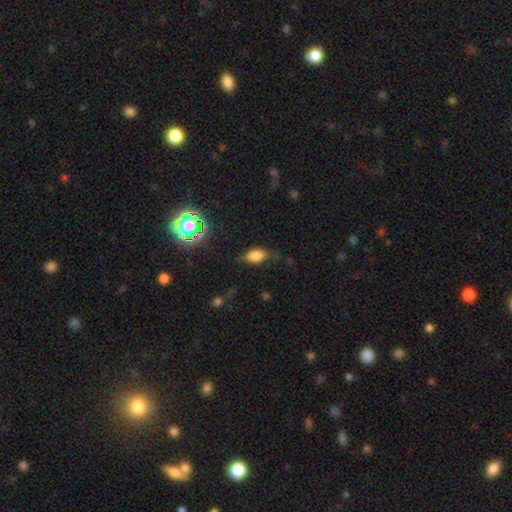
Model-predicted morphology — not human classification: Smooth or featured? smooth (68%)
How rounded? in between (84%)
Merging? none (58%)